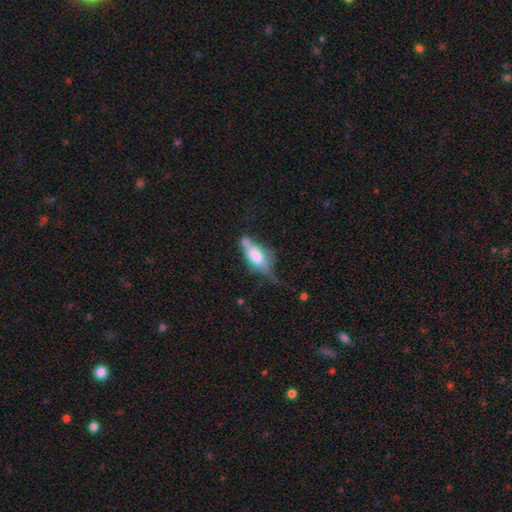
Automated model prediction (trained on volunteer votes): Overall: smooth (54%; featured or disk 37%). How rounded: in between (78%). Merging: none (27%, tied with minor disturbance).